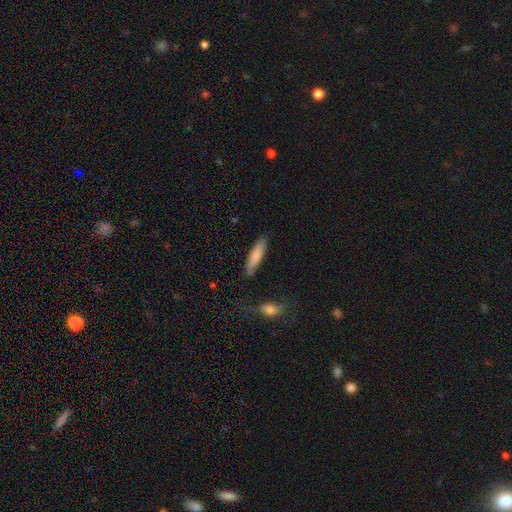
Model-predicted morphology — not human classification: A smooth galaxy with no disk features (79%) that is cigar-shaped (71%).

Vote fractions:
- Smooth or featured? smooth: 79% / featured or disk: 16% / star or artifact: 6%
- How rounded? cigar-shaped: 71% / in between: 27% / round: 1%
- Merging? none: 79% / minor disturbance: 14% / merger: 4% / major disturbance: 3%